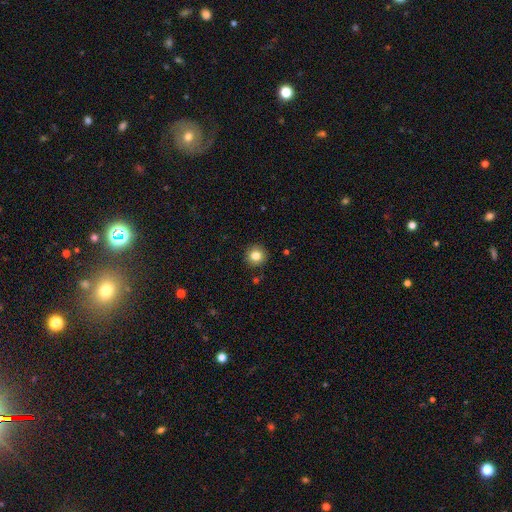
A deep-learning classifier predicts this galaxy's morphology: Smooth or featured?
  - smooth: 82% *
  - star or artifact: 11%
  - featured or disk: 7%
How rounded?
  - round: 94% *
  - in between: 5%
  - cigar-shaped: 1%
Merging?
  - none: 90% *
  - minor disturbance: 6%
  - major disturbance: 2%
  - merger: 2%